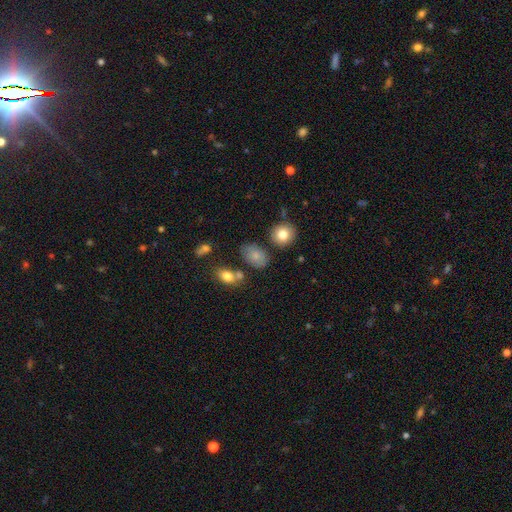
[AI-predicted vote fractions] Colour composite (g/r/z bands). It shows a smooth galaxy with no disk features (77%) that is in between round and cigar-shaped (83%). Merging: none (66%).